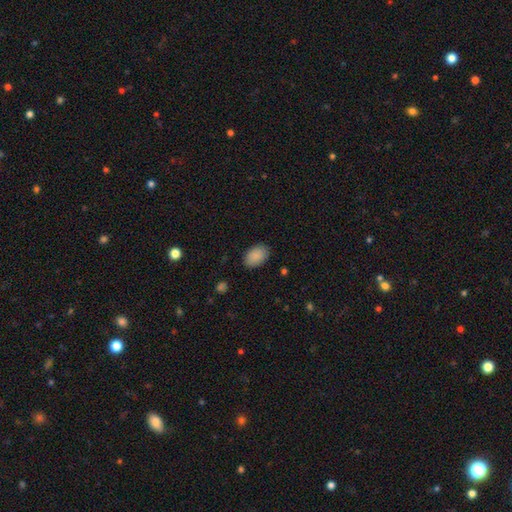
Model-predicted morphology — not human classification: type=smooth (89%); roundness=in between (89%); merging=none (86%).